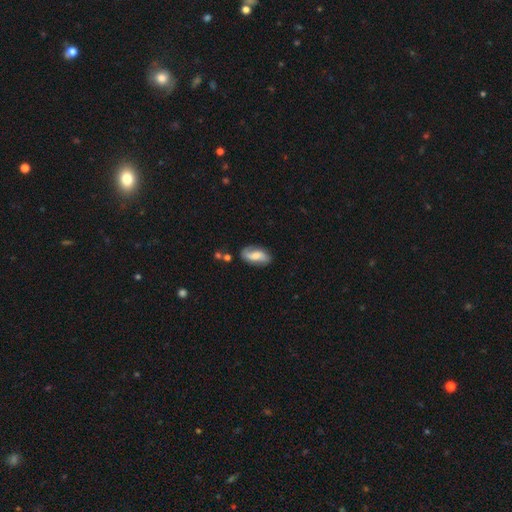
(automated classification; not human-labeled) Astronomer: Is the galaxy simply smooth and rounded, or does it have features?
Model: featured or disk — 51% (runner-up: smooth, 41%).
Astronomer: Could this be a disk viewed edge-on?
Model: no — 94%.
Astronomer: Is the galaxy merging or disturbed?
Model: none — 71%.